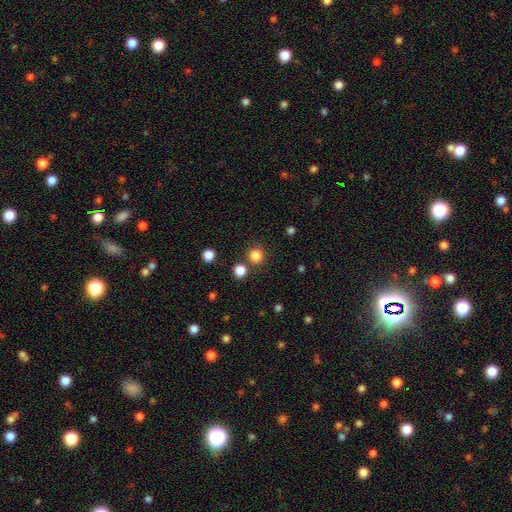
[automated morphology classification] smooth_or_featured: smooth (p=0.83) [alt: star or artifact p=0.14]
how_rounded: round (p=0.93) [alt: in between p=0.06]
merging: none (p=0.83) [alt: merger p=0.08]